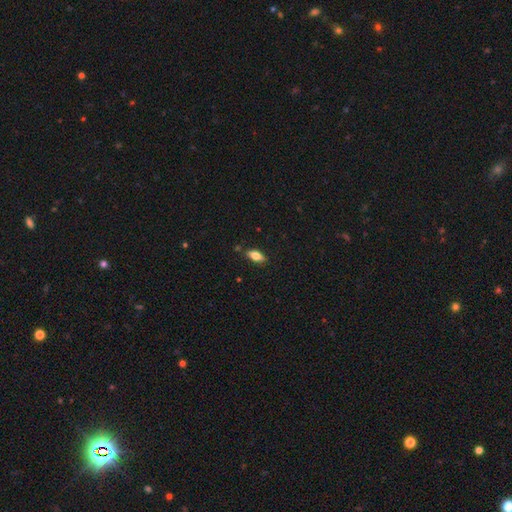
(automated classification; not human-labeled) Smooth or featured: smooth — 78% (featured or disk — 14%)
How rounded: in between — 85% (cigar-shaped — 12%)
Merging: none — 83% (minor disturbance — 12%)